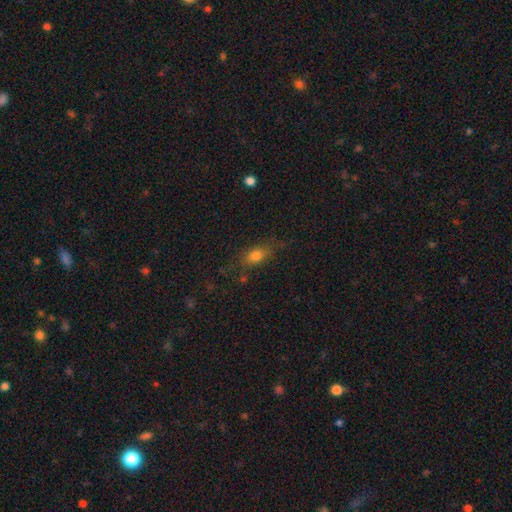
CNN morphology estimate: Q: Smooth or featured?
A: smooth (74%); runner-up: featured or disk (13%)
Q: How rounded?
A: in between (73%); runner-up: round (14%)
Q: Merging?
A: none (68%); runner-up: minor disturbance (21%)